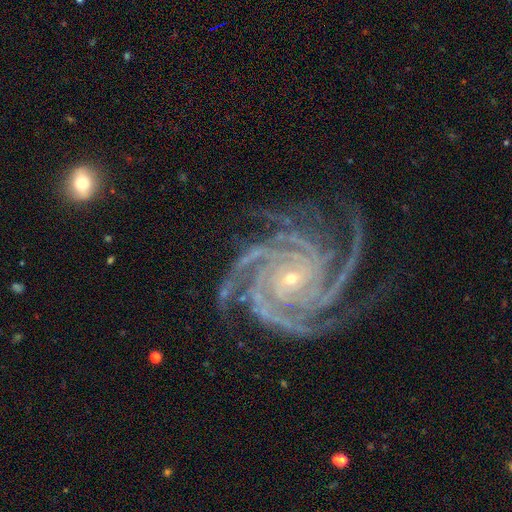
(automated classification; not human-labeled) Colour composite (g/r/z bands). It shows a featured or disk galaxy (93%) with no bar (64%), 4 (39%) tight (76%) spiral arms (99%) and a small central bulge (83%). Merging: none (77%).